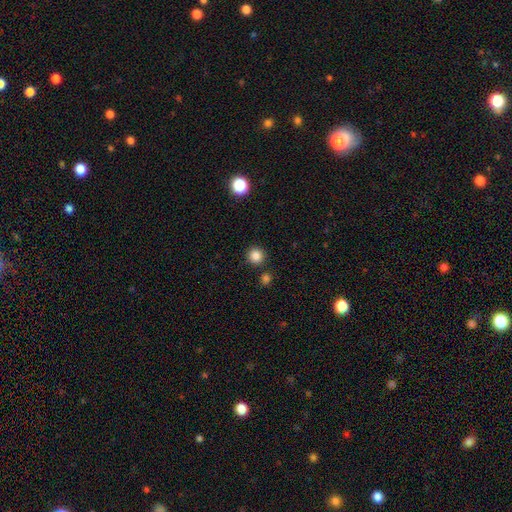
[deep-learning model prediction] The model was most divided on "smooth or featured": smooth: 85%, star or artifact: 11%, featured or disk: 4%. More confident: how rounded — round (94%); merging — none (87%).